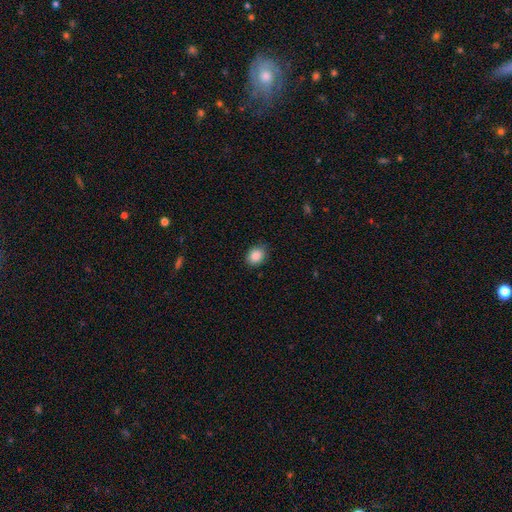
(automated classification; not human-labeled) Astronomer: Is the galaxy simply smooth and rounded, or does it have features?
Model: smooth — 88%.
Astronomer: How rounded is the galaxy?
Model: round — 53% (runner-up: in between, 46%).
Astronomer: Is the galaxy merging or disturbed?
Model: none — 83%.